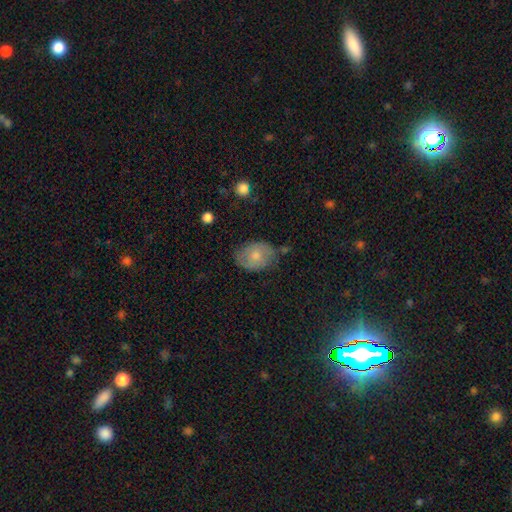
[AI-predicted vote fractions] Q: Smooth or featured?
A: smooth (67%); runner-up: featured or disk (26%)
Q: How rounded?
A: in between (69%); runner-up: round (29%)
Q: Merging?
A: none (69%); runner-up: minor disturbance (23%)